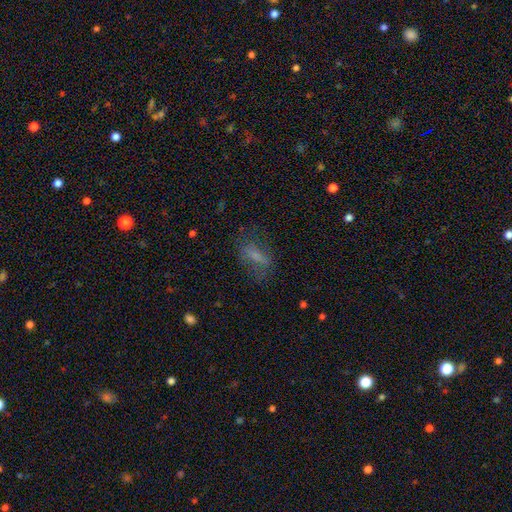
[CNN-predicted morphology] A smooth galaxy with no disk features (54%) that is in between round and cigar-shaped (63%). Merging: none (63%).